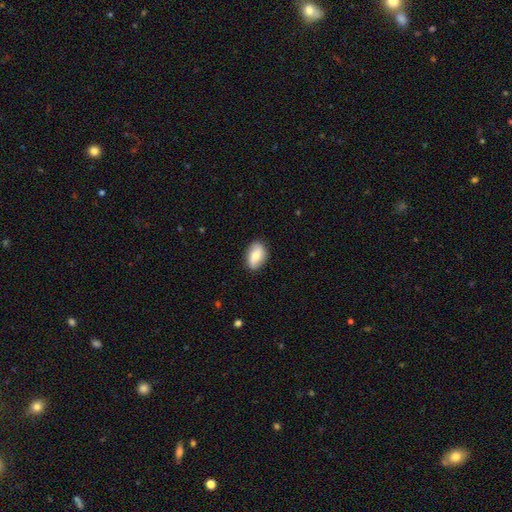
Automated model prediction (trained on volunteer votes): Smooth or featured: smooth — 59% (featured or disk — 34%)
How rounded: in between — 87% (round — 10%)
Merging: none — 84% (minor disturbance — 12%)